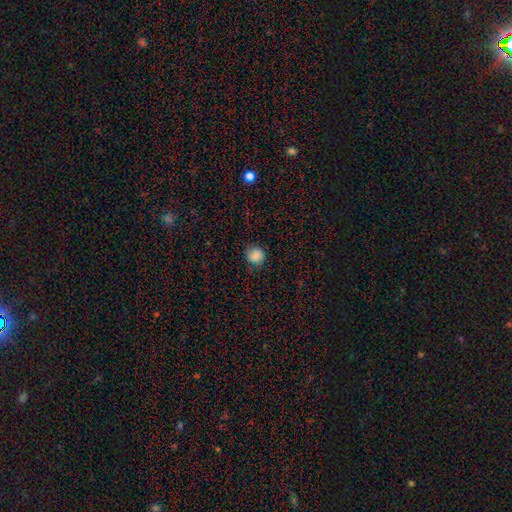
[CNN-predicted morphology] A smooth galaxy with no disk features (84%) that is round (86%). Merging: none (80%).